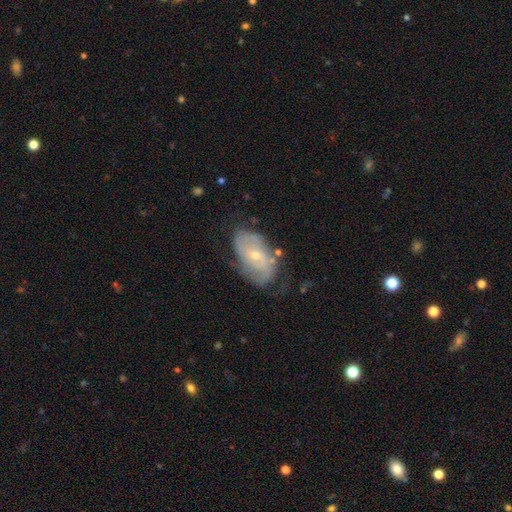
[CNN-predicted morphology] Smooth or featured? featured or disk (72%)
Edge-on disk? no (95%)
Bar? no (54%)
Spiral arms? yes (82%)
Spiral winding? tight (45%)
Spiral arm count? 2 (42%)
Bulge size? small (65%)
Merging? none (58%)